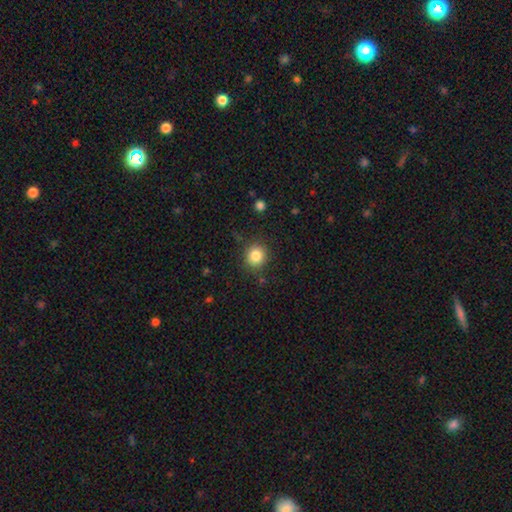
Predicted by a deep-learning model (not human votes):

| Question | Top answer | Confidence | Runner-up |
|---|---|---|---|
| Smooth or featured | smooth | 84% | star or artifact (11%) |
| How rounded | round | 88% | in between (11%) |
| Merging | none | 85% | minor disturbance (9%) |